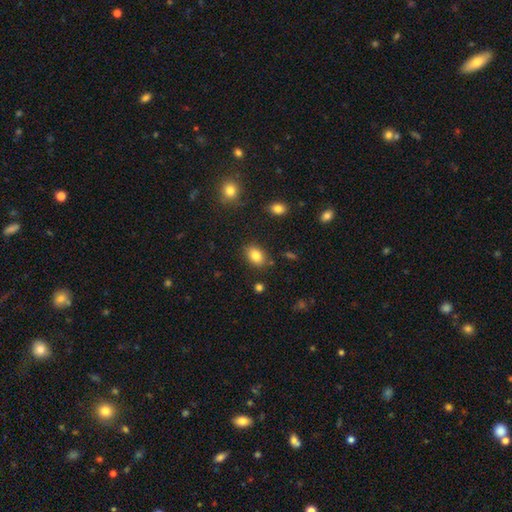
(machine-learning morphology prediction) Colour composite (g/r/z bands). It shows a smooth galaxy with no disk features (83%) that is in between round and cigar-shaped (80%). Merging: none (83%).